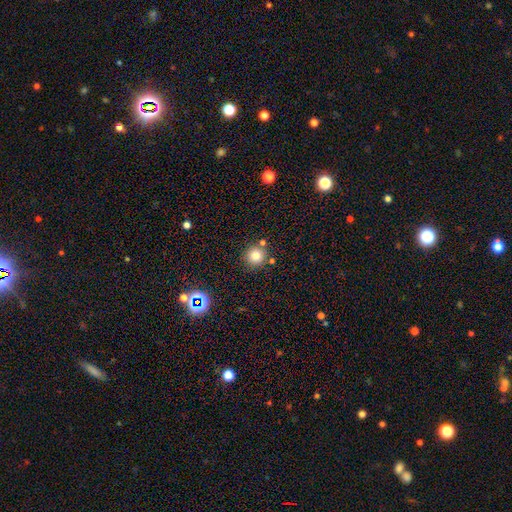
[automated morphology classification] Q: Smooth or featured?
A: smooth (79%); runner-up: star or artifact (13%)
Q: How rounded?
A: round (94%); runner-up: in between (5%)
Q: Merging?
A: none (80%); runner-up: merger (9%)